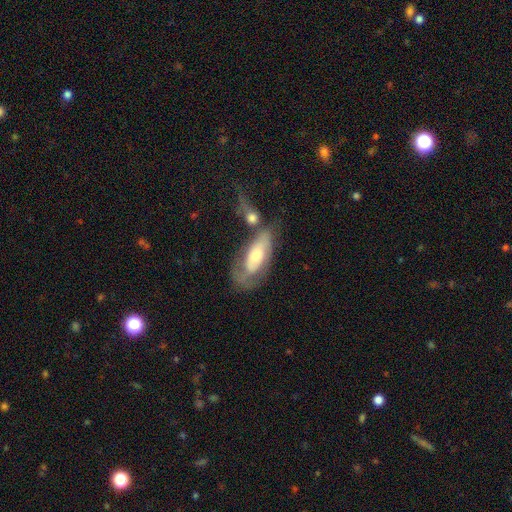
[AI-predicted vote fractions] smooth_or_featured: featured or disk (p=0.53) [alt: smooth p=0.41]
disk_edge_on: no (p=0.82) [alt: yes p=0.18]
merging: none (p=0.31) [alt: merger p=0.28]